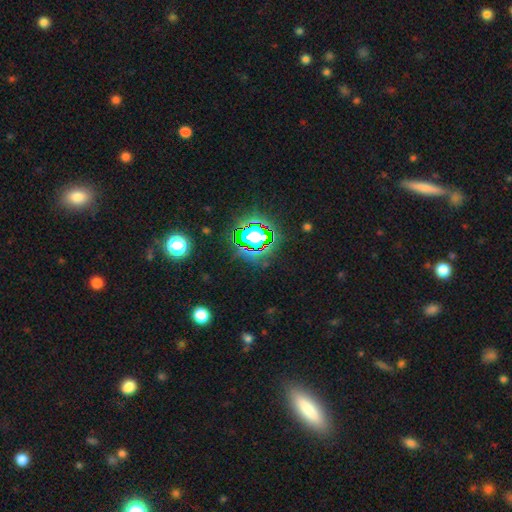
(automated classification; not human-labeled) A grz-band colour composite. It shows a star or artifact, not a galaxy (71%).